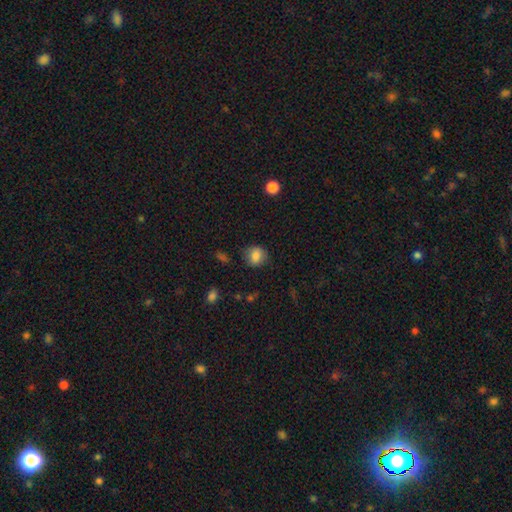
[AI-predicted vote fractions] Smooth or featured? smooth (83%)
How rounded? round (74%)
Merging? none (78%)